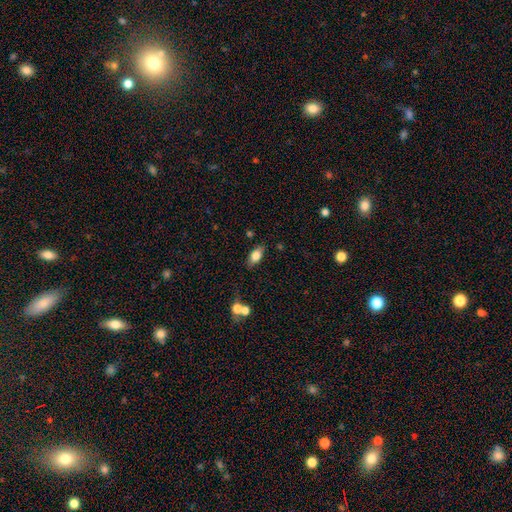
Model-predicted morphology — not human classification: Smooth or featured: smooth — 77% (featured or disk — 15%)
How rounded: in between — 87% (cigar-shaped — 7%)
Merging: none — 81% (minor disturbance — 12%)